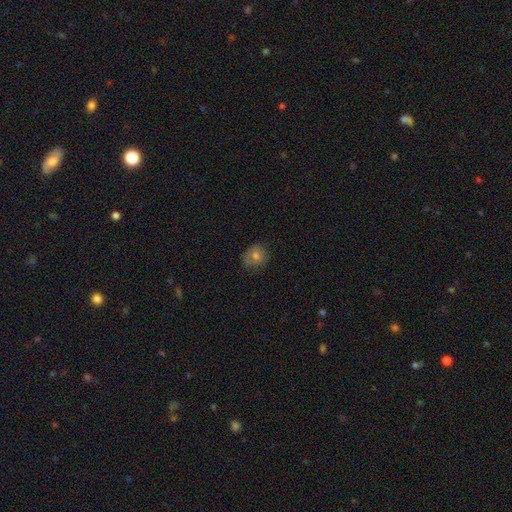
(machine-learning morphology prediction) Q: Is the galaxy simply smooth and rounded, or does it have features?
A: smooth — 69%.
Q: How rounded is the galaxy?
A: round — 67%.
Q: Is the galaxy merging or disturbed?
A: none — 77%.